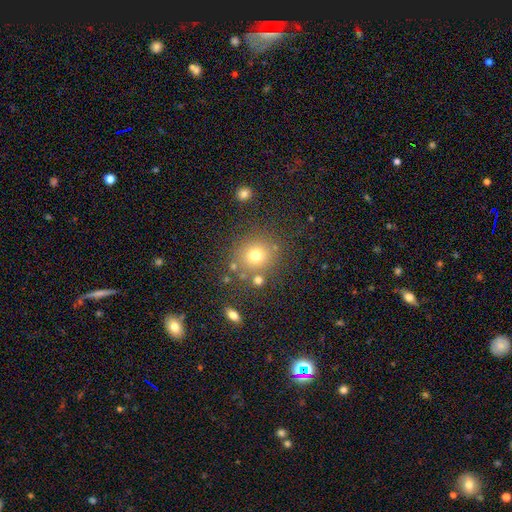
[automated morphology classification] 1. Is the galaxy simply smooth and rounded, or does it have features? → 72% smooth, 18% star or artifact, 10% featured or disk.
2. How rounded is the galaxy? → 87% round, 12% in between, 1% cigar-shaped.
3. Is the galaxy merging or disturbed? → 79% none, 10% minor disturbance, 7% merger, 4% major disturbance.